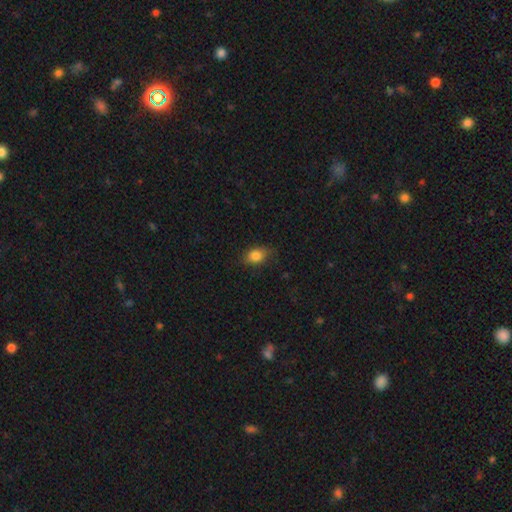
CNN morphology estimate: Smooth or featured? smooth (83%)
How rounded? in between (72%)
Merging? none (77%)